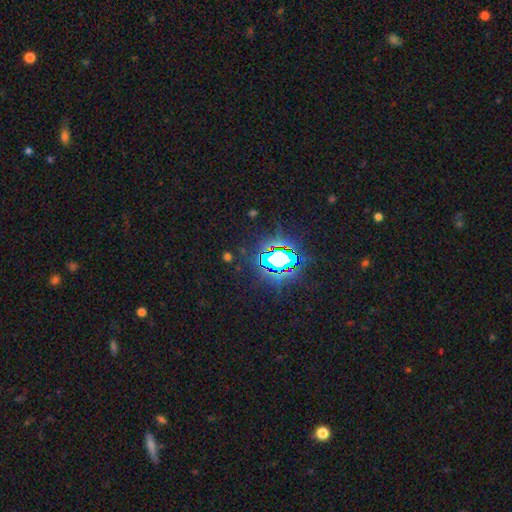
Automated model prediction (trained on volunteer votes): Overall: star or artifact (83%).